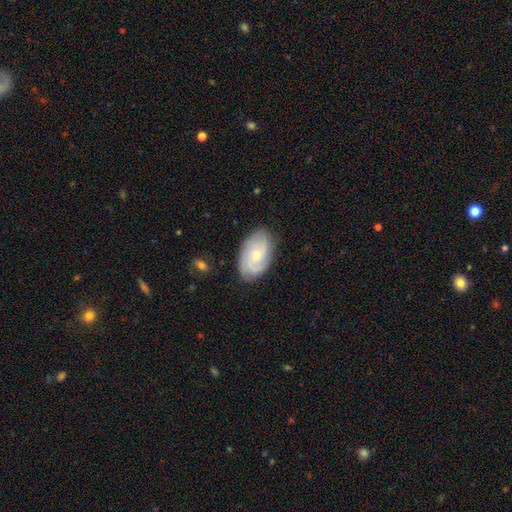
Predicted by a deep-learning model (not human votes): Morphology: type=featured or disk (71%); edge-on=no (96%); bar=no (72%); spiral arms=yes (94%); winding=tight (59%); arm count=3 (30%); bulge=small (57%); merging=none (80%).